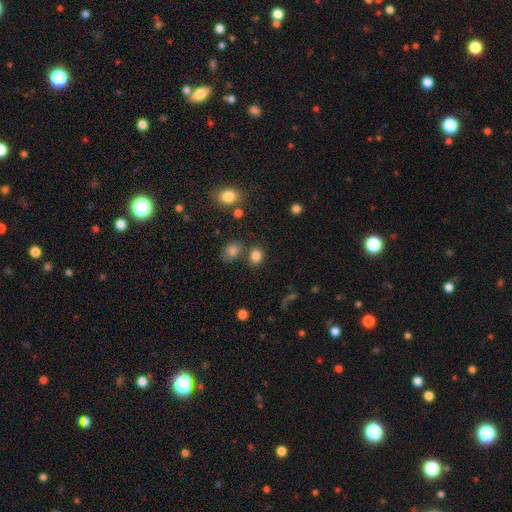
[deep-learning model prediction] Morphology: type=smooth (83%); roundness=round (59%); merging=none (72%).